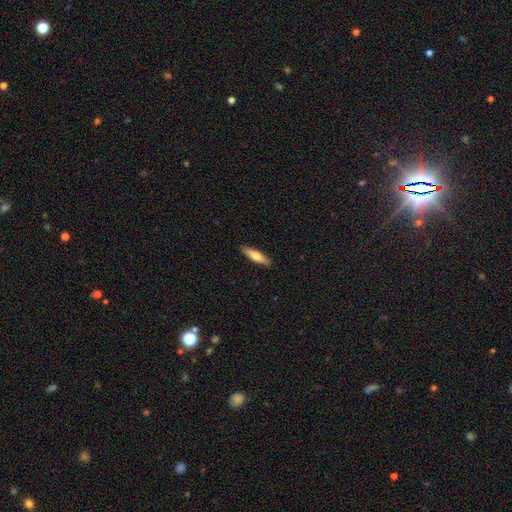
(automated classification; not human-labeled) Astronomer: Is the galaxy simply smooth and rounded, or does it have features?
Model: smooth — 59% (runner-up: featured or disk, 35%).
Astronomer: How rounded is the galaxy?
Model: cigar-shaped — 73%.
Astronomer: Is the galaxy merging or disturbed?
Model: none — 90%.